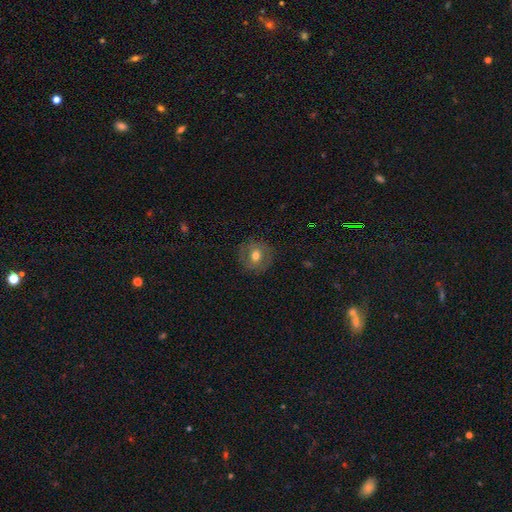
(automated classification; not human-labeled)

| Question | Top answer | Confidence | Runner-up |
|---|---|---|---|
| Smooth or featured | smooth | 54% | featured or disk (36%) |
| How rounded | round | 87% | in between (12%) |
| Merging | none | 83% | minor disturbance (11%) |